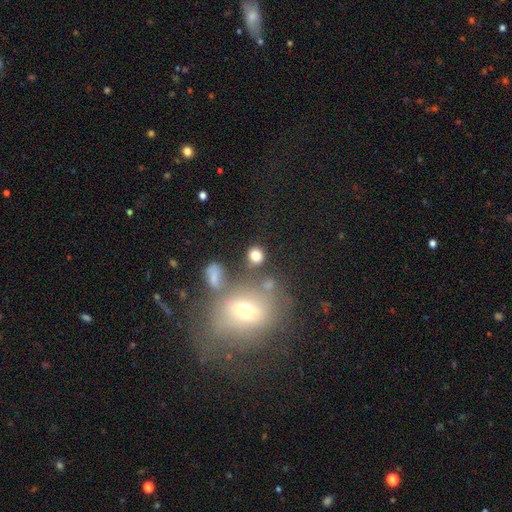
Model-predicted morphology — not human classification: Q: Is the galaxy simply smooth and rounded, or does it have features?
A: smooth — 79%.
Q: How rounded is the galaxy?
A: round — 72%.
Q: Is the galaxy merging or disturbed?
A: none — 67%.